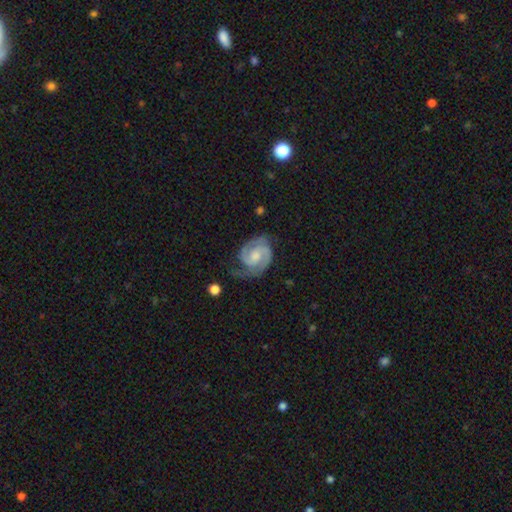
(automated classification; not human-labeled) The model was most divided on "spiral winding" (2-way tie): medium: 45%, tight: 45%, loose: 10%. Remaining: edge-on disk — no (98%); spiral arms — yes (97%); spiral arm count — 2 (87%); smooth or featured — featured or disk (87%); merging — none (64%); bulge size — moderate (49%); bar — no (49%).